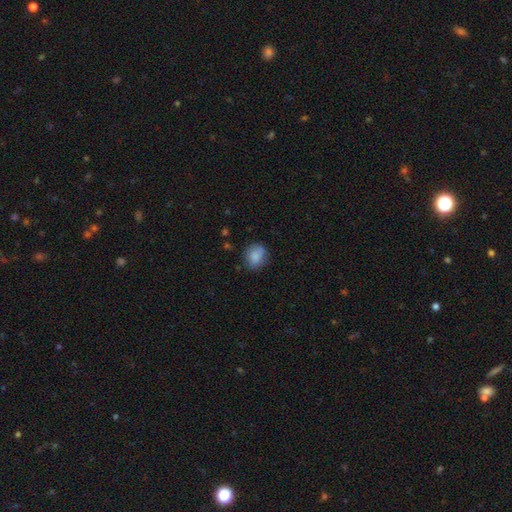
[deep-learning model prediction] Smooth or featured: smooth — 84% (star or artifact — 8%)
How rounded: round — 60% (in between — 39%)
Merging: none — 73% (minor disturbance — 20%)